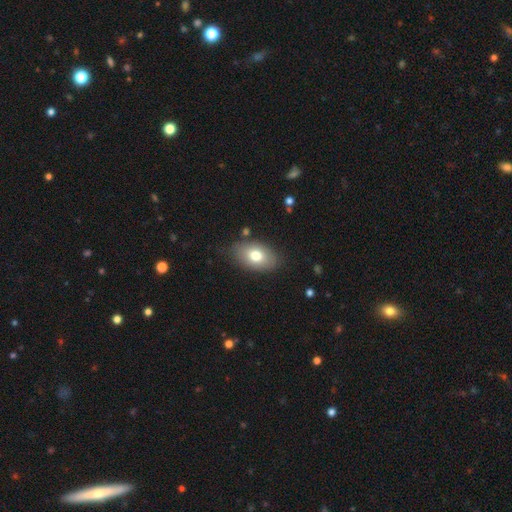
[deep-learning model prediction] The model was most divided on "smooth or featured": smooth: 75%, featured or disk: 18%, star or artifact: 8%. More confident: how rounded — in between (89%); merging — none (79%).